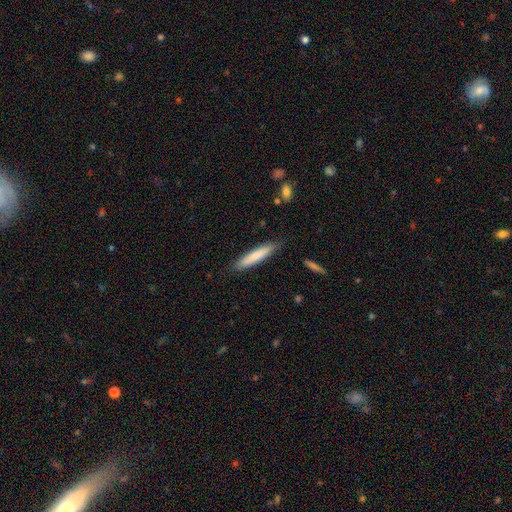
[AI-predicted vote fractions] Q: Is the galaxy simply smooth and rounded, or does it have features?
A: smooth — 79%.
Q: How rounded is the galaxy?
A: cigar-shaped — 90%.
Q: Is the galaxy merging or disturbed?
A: none — 86%.